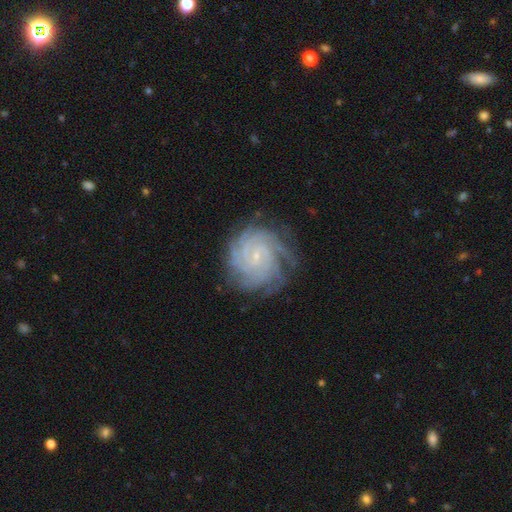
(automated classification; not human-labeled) smooth_or_featured: featured or disk (p=0.86) [alt: star or artifact p=0.07]
disk_edge_on: no (p=0.98) [alt: yes p=0.02]
bar: no (p=0.59) [alt: weak p=0.31]
has_spiral_arms: yes (p=0.98) [alt: no p=0.02]
spiral_winding: tight (p=0.82) [alt: medium p=0.15]
spiral_arm_count: 4 (p=0.30) [alt: can't tell p=0.21]
bulge_size: small (p=0.84) [alt: moderate p=0.09]
merging: none (p=0.78) [alt: minor disturbance p=0.15]